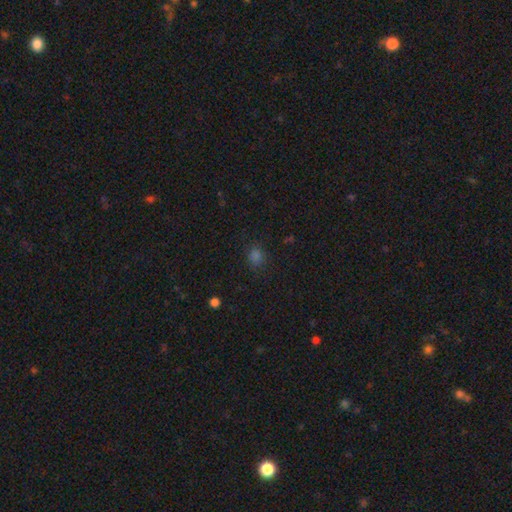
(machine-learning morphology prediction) Overall: smooth (73%). How rounded: round (62%; in between 36%). Merging: none (83%).